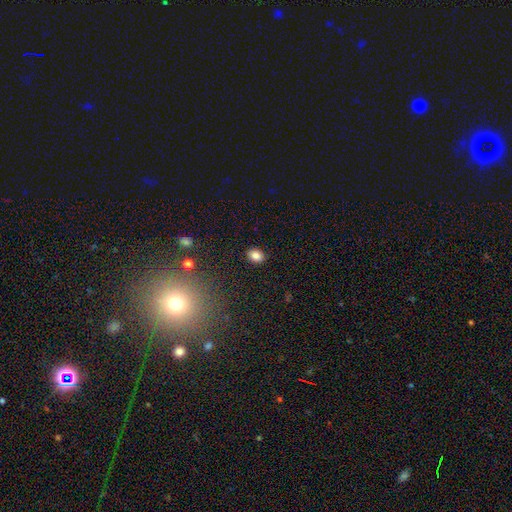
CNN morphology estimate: The model was most divided on "how rounded": in between: 68%, round: 31%, cigar-shaped: 1%. More confident: merging — none (89%); smooth or featured — smooth (85%).